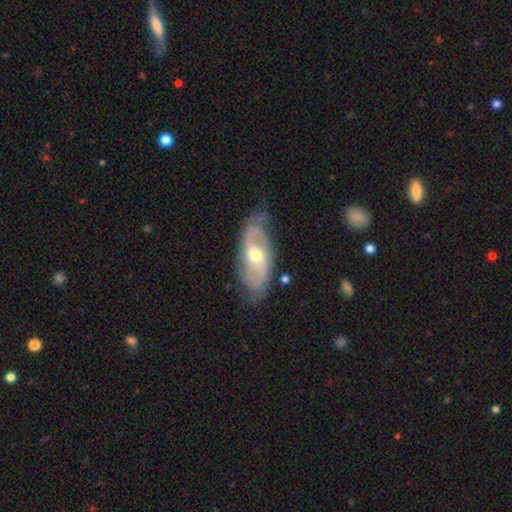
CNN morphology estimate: type=featured or disk (77%); edge-on=no (92%); bar=no (46%); spiral arms=yes (89%); winding=medium (42%); arm count=2 (79%); bulge=moderate (65%); merging=none (67%).